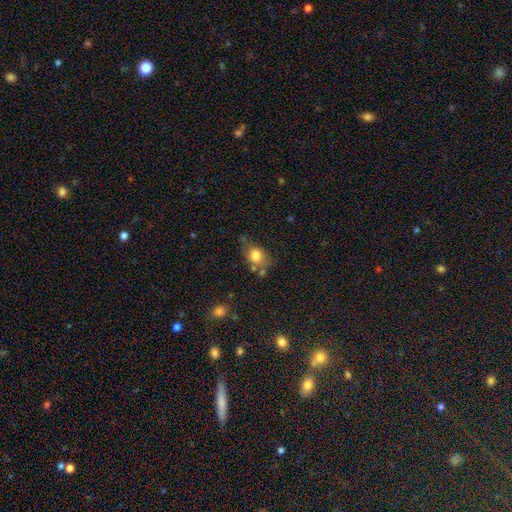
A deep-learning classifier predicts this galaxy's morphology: A smooth galaxy with no disk features (78%) that is in between round and cigar-shaped (60%).

Vote fractions:
- Smooth or featured? smooth: 78% / featured or disk: 12% / star or artifact: 10%
- How rounded? in between: 60% / round: 38% / cigar-shaped: 2%
- Merging? none: 56% / minor disturbance: 24% / merger: 13% / major disturbance: 7%